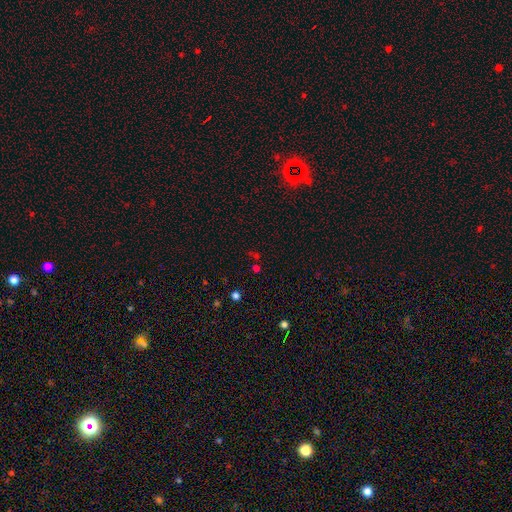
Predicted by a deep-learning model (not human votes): Smooth or featured: star or artifact — 56% (smooth — 36%)